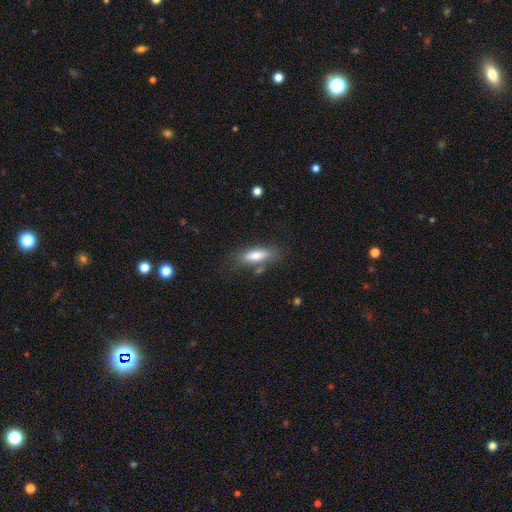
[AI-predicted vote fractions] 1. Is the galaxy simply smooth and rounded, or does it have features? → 73% smooth, 20% featured or disk, 7% star or artifact.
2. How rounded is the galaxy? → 52% in between, 46% cigar-shaped, 2% round.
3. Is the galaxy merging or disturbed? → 70% none, 18% minor disturbance, 6% major disturbance, 6% merger.